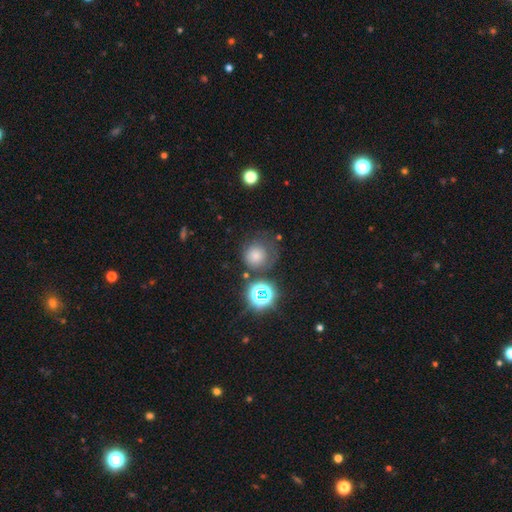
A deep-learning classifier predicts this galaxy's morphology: smooth_or_featured: smooth (p=0.68) [alt: star or artifact p=0.21]
how_rounded: round (p=0.90) [alt: in between p=0.09]
merging: none (p=0.60) [alt: minor disturbance p=0.20]